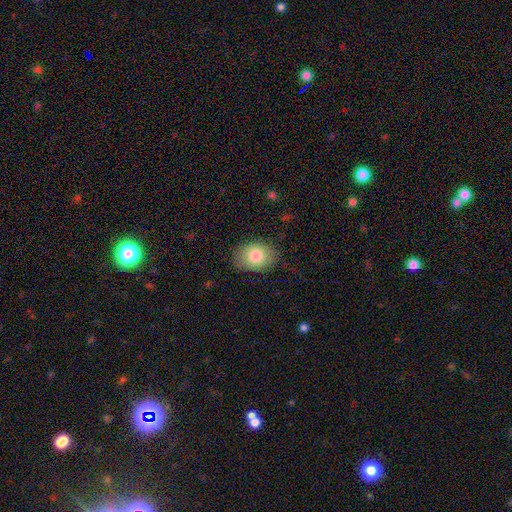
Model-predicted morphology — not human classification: Smooth or featured?
  - smooth: 83% *
  - featured or disk: 9%
  - star or artifact: 7%
How rounded?
  - in between: 68% *
  - round: 31%
  - cigar-shaped: 1%
Merging?
  - none: 81% *
  - minor disturbance: 14%
  - major disturbance: 4%
  - merger: 1%